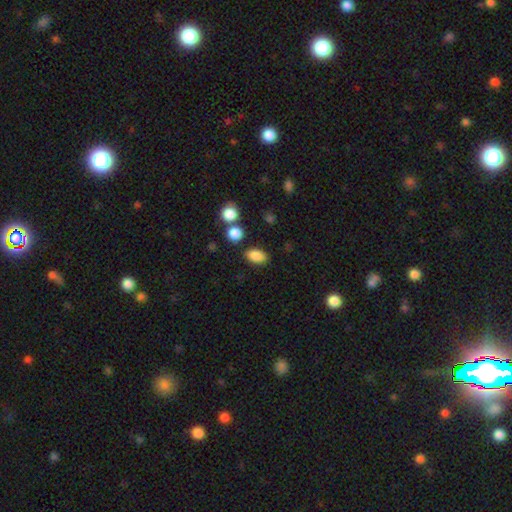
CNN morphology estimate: smooth-or-featured: smooth: 86% | star or artifact: 9% | featured or disk: 5%
  how-rounded: in between: 87% | round: 10% | cigar-shaped: 2%
  merging: none: 80% | minor disturbance: 11% | merger: 6% | major disturbance: 3%